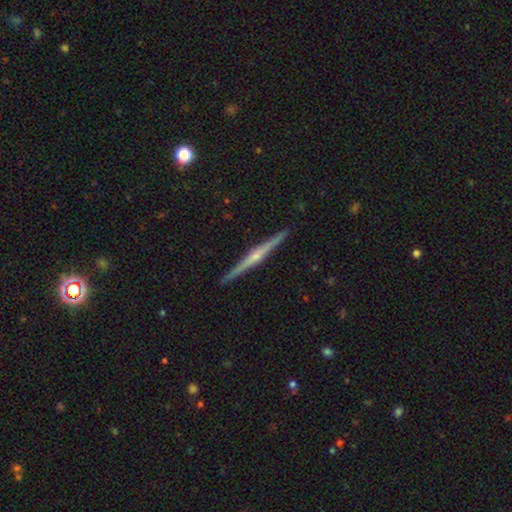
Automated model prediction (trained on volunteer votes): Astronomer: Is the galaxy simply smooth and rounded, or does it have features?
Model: featured or disk — 79%.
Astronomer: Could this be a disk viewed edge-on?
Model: yes — 99%.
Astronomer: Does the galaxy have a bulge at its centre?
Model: rounded — 76%.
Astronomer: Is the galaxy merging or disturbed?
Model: none — 93%.